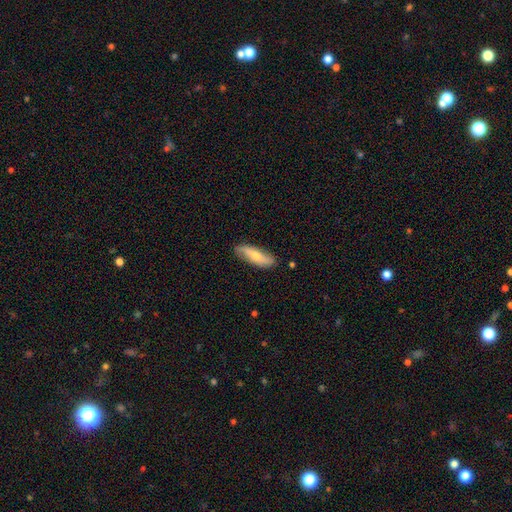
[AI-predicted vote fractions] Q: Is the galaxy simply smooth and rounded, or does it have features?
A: smooth — 53%.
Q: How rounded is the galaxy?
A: in between — 52%.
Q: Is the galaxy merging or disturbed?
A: none — 81%.